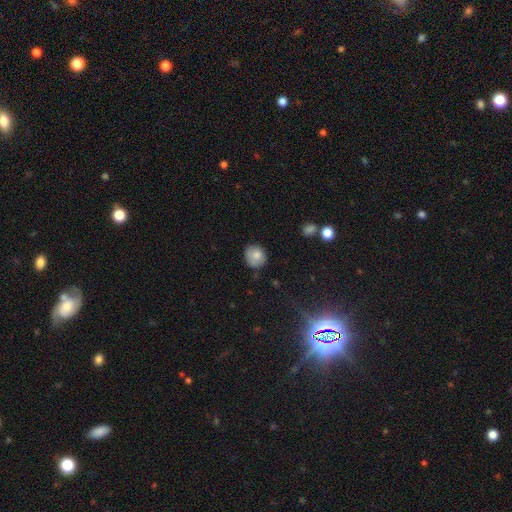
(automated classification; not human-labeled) This is likely a smooth galaxy (79%). How rounded: likely round (78%). Merging: likely none (72%).